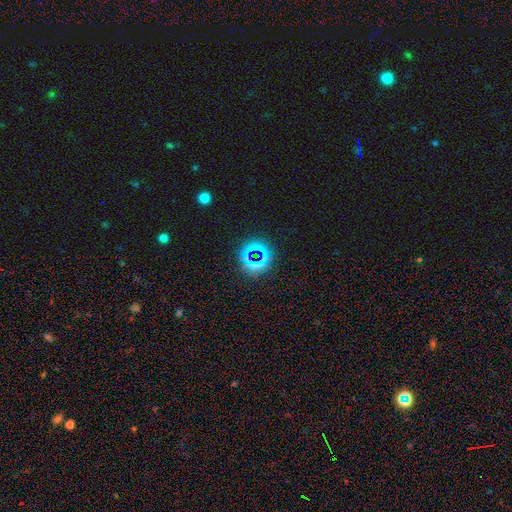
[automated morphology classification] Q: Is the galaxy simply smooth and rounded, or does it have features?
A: star or artifact — 69%.